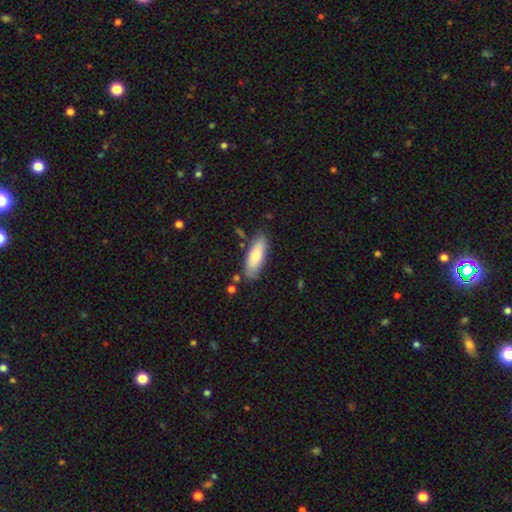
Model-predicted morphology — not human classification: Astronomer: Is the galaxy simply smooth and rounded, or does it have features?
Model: smooth — 79%.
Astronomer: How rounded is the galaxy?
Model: in between — 65%.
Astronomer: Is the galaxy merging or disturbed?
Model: none — 78%.